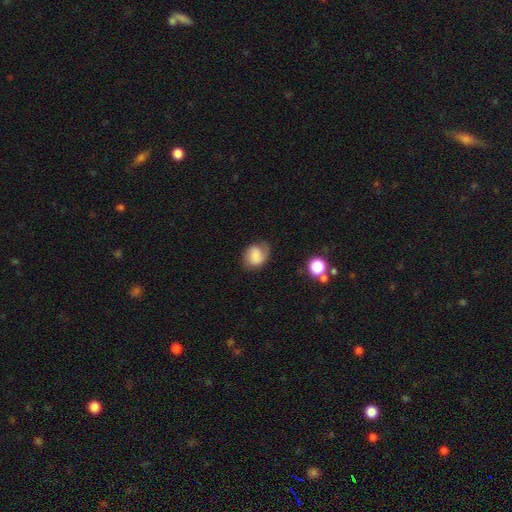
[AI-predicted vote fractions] A smooth galaxy with no disk features (67%) that is round (52%). Merging: none (59%).